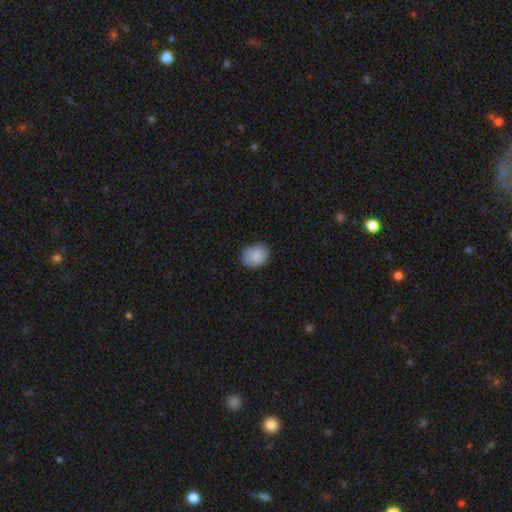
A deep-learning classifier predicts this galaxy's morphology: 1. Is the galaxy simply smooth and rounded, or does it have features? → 87% smooth, 7% star or artifact, 7% featured or disk.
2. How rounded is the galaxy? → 56% in between, 43% round, 1% cigar-shaped.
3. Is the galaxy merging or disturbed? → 80% none, 16% minor disturbance, 3% major disturbance, 1% merger.